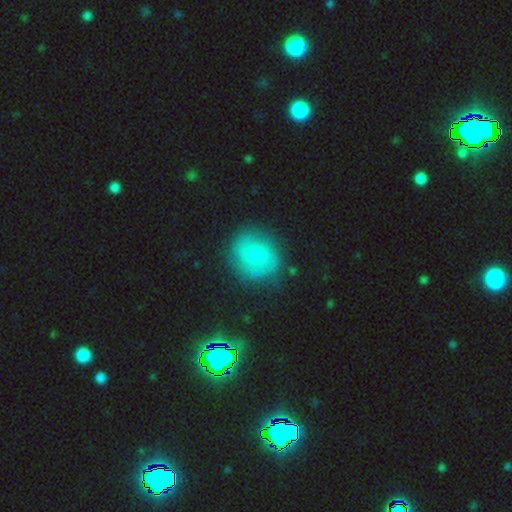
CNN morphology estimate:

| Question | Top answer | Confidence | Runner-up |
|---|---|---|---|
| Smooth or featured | smooth | 51% | featured or disk (37%) |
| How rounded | round | 76% | in between (23%) |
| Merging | none | 71% | minor disturbance (19%) |